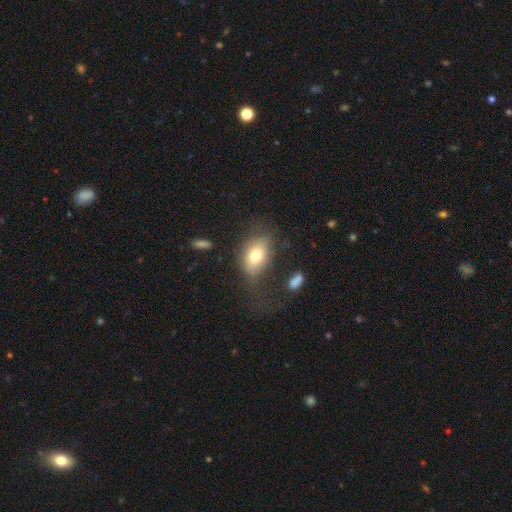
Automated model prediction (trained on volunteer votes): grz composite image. It shows a smooth galaxy with no disk features (72%) that is in between round and cigar-shaped (82%). Merging: none (58%).